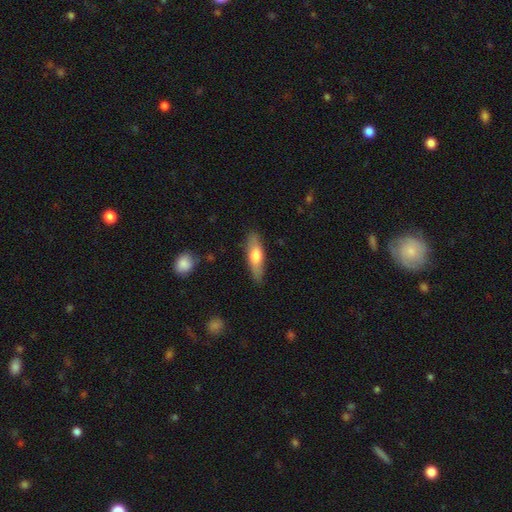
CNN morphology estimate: The model was most divided on "how rounded": cigar-shaped: 58%, in between: 39%, round: 2%. More confident: merging — none (82%); smooth or featured — smooth (62%).